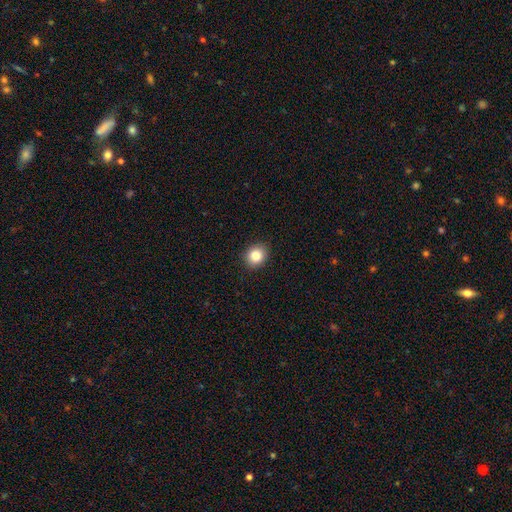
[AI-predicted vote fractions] Smooth or featured? smooth (85%)
How rounded? round (69%)
Merging? none (90%)